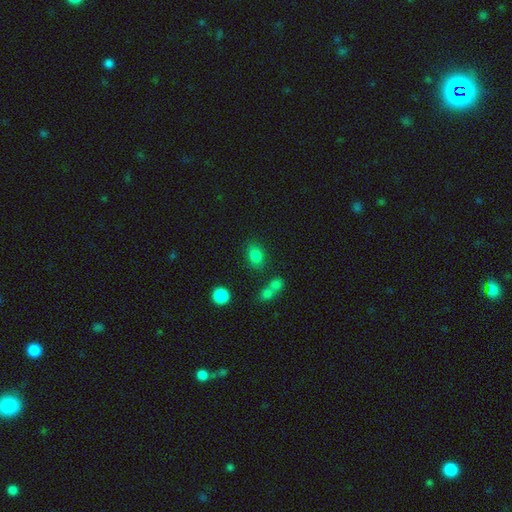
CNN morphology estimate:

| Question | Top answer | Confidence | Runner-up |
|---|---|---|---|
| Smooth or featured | smooth | 81% | star or artifact (12%) |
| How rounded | in between | 69% | round (29%) |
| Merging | none | 73% | minor disturbance (13%) |